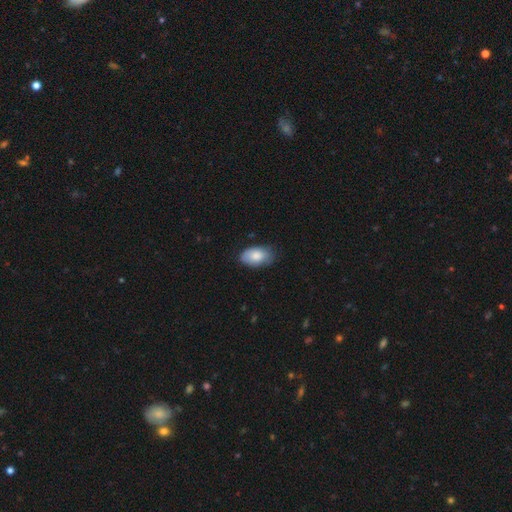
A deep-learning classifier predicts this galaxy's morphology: Overall: smooth (82%). How rounded: in between (93%). Merging: none (70%).